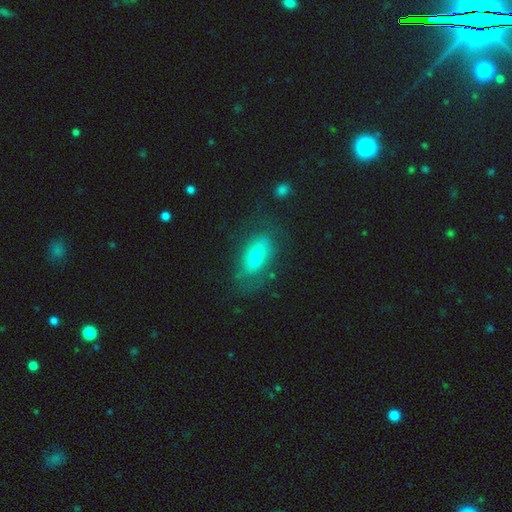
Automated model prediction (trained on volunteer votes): A smooth galaxy with no disk features (61%) that is in between round and cigar-shaped (86%). Merging: none (64%).